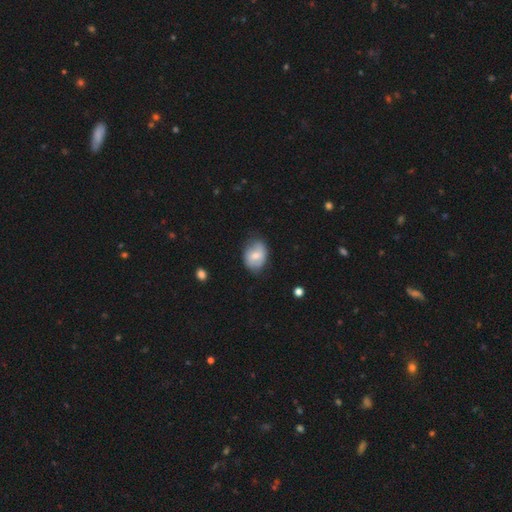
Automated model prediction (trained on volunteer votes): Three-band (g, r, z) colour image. It shows a smooth galaxy with no disk features (63%) that is in between round and cigar-shaped (69%). Merging: none (68%).